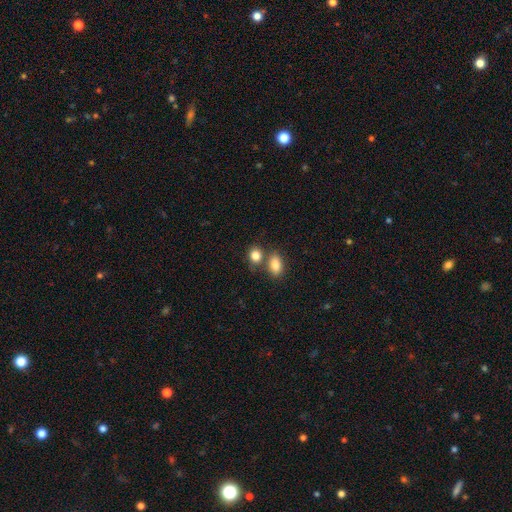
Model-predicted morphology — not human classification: Smooth or featured? Predicted: smooth (p=0.85). How rounded? Predicted: round (p=0.52). Merging? Predicted: none (p=0.53).